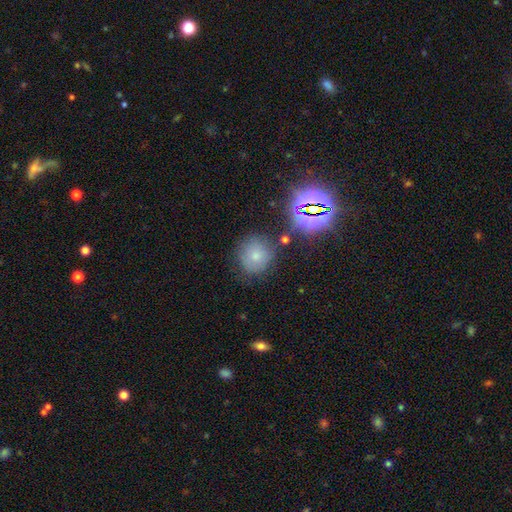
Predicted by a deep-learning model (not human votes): The model was most divided on "smooth or featured": smooth: 69%, star or artifact: 19%, featured or disk: 12%. More confident: how rounded — round (87%); merging — none (74%).